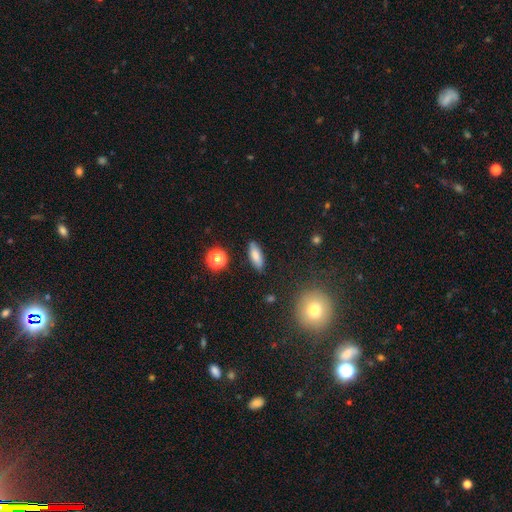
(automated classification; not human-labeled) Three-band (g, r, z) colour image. It shows a smooth galaxy with no disk features (79%) that is in between round and cigar-shaped (65%). Merging: none (85%).